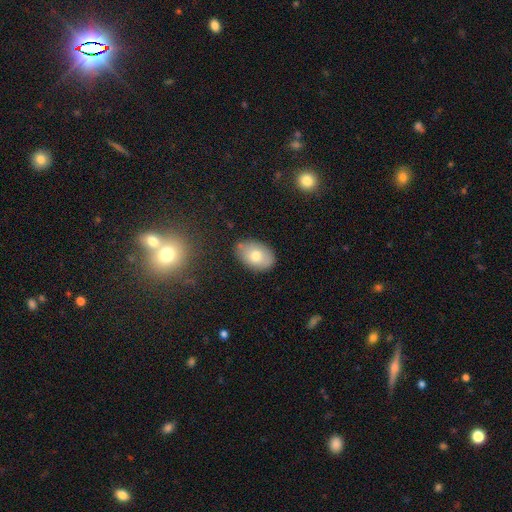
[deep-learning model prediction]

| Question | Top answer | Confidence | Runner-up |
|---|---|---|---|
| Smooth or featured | smooth | 72% | featured or disk (19%) |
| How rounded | in between | 85% | round (13%) |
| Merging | none | 80% | minor disturbance (14%) |